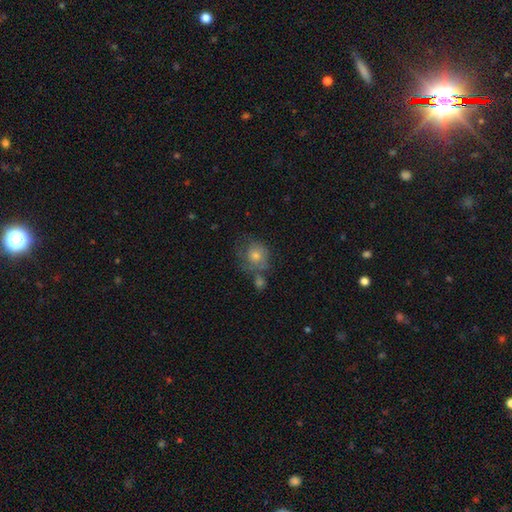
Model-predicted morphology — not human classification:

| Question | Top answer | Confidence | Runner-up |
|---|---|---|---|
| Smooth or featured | smooth | 52% | featured or disk (34%) |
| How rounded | round | 76% | in between (23%) |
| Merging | none | 50% | minor disturbance (21%) |